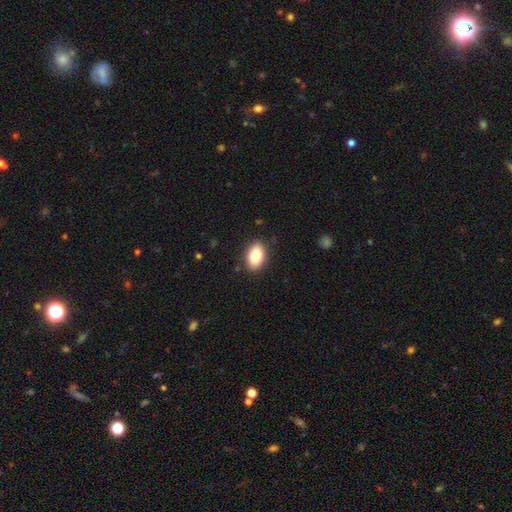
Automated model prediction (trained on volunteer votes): A smooth galaxy with no disk features (84%) that is in between round and cigar-shaped (90%).

Vote fractions:
- Smooth or featured? smooth: 84% / featured or disk: 9% / star or artifact: 7%
- How rounded? in between: 90% / round: 8% / cigar-shaped: 2%
- Merging? none: 88% / minor disturbance: 9% / major disturbance: 2% / merger: 1%